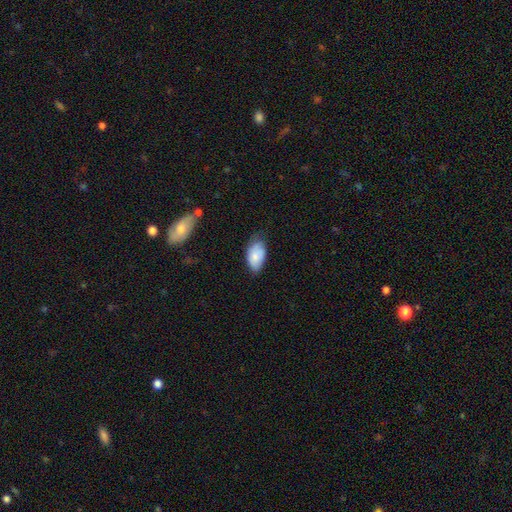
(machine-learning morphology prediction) smooth 77%, featured or disk 16%, star or artifact 7%. Down the decision tree: how rounded — in between (94%); merging — none (56%).